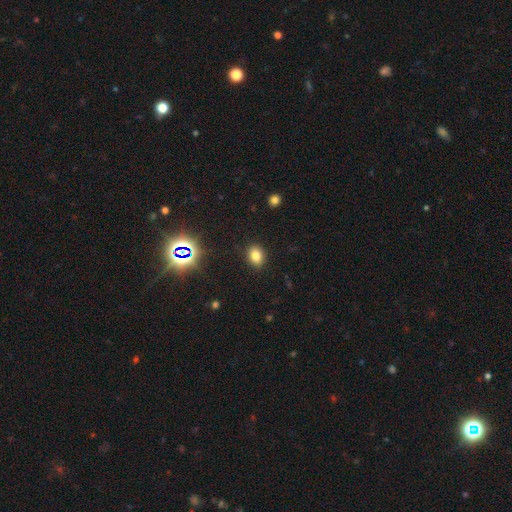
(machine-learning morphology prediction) A smooth galaxy with no disk features (79%) that is in between round and cigar-shaped (60%).

Vote fractions:
- Smooth or featured? smooth: 79% / star or artifact: 15% / featured or disk: 6%
- How rounded? in between: 60% / round: 39% / cigar-shaped: 1%
- Merging? none: 88% / minor disturbance: 8% / major disturbance: 2% / merger: 1%